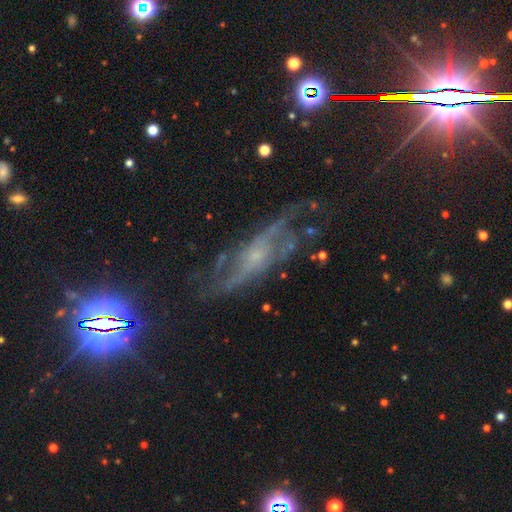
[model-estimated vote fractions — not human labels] Smooth or featured? Predicted: featured or disk (p=0.76). Edge-on disk? Predicted: no (p=0.81). Bar? Predicted: no (p=0.63). Spiral arms? Predicted: yes (p=0.86). Spiral winding? Predicted: loose (p=0.40). Spiral arm count? Predicted: 2 (p=0.48). Bulge size? Predicted: small (p=0.62). Merging? Predicted: none (p=0.60).